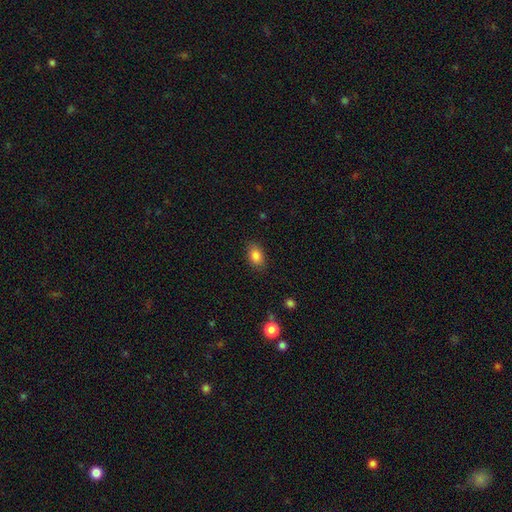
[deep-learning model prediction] Q: Smooth or featured?
A: smooth (86%); runner-up: star or artifact (9%)
Q: How rounded?
A: in between (84%); runner-up: round (14%)
Q: Merging?
A: none (85%); runner-up: minor disturbance (11%)